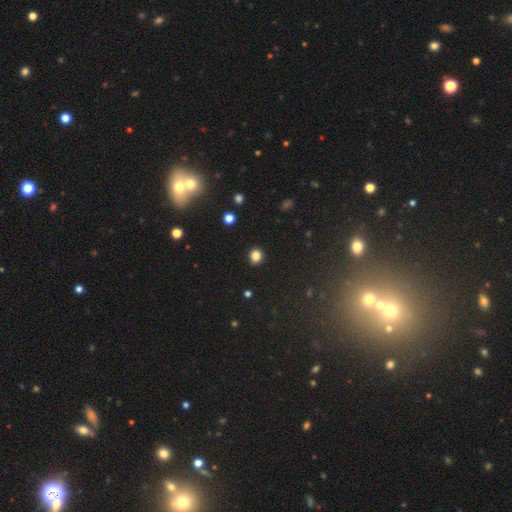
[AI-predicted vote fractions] smooth 83%, star or artifact 12%, featured or disk 5%. Down the decision tree: how rounded — round (75%); merging — none (90%).